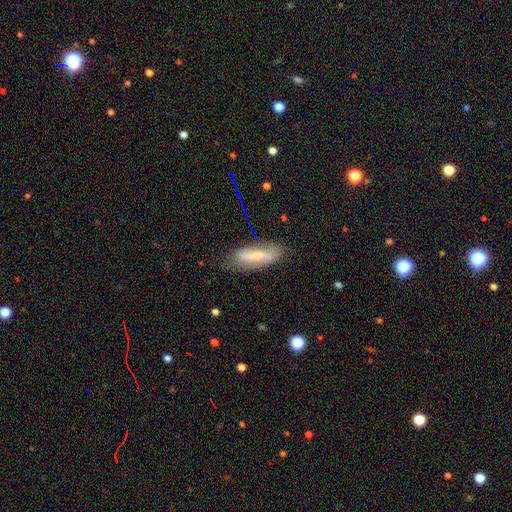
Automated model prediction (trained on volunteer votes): Smooth or featured? smooth (53%)
How rounded? in between (59%)
Merging? none (70%)